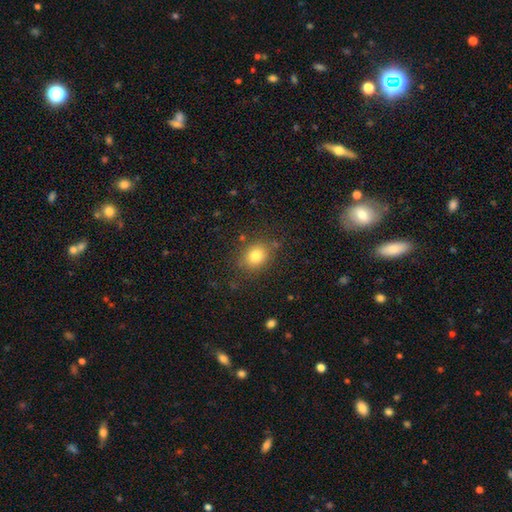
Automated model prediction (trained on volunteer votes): A smooth galaxy with no disk features (81%) that is round (56%). Merging: none (81%).